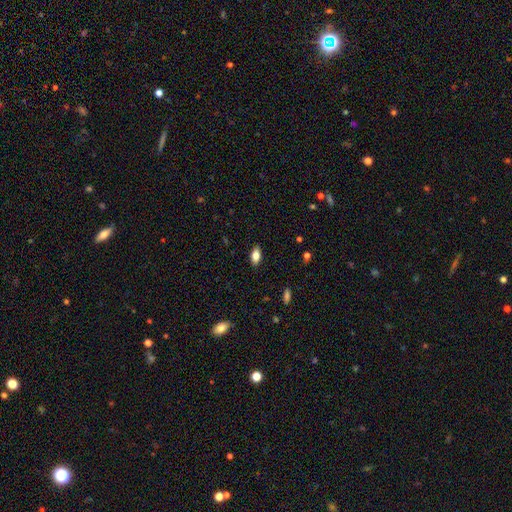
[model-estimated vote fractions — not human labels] A smooth galaxy with no disk features (78%) that is in between round and cigar-shaped (88%).

Vote fractions:
- Smooth or featured? smooth: 78% / featured or disk: 14% / star or artifact: 8%
- How rounded? in between: 88% / cigar-shaped: 8% / round: 4%
- Merging? none: 88% / minor disturbance: 9% / major disturbance: 2% / merger: 1%